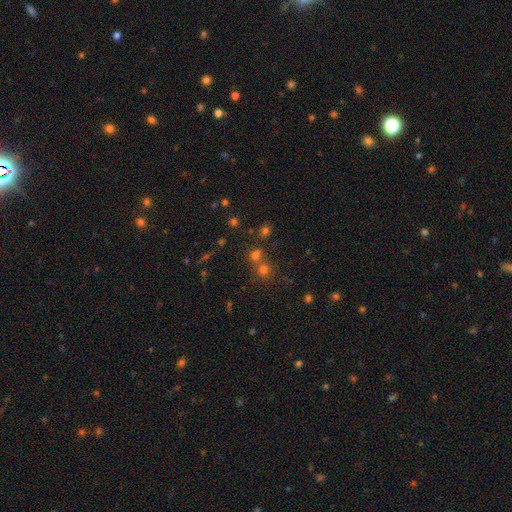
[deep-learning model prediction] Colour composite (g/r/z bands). It shows a smooth galaxy with no disk features (54%) that is round (86%). Merging: none (57%).